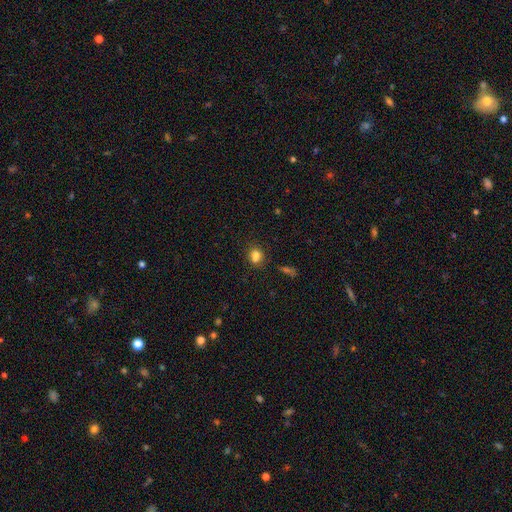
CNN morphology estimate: smooth-or-featured: smooth: 79% | star or artifact: 14% | featured or disk: 7%
  how-rounded: round: 54% | in between: 44% | cigar-shaped: 1%
  merging: none: 68% | minor disturbance: 15% | merger: 13% | major disturbance: 4%